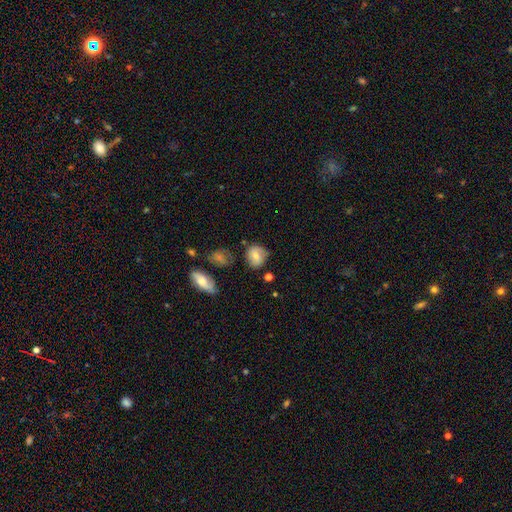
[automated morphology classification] Smooth or featured? smooth (68%)
How rounded? round (63%)
Merging? none (66%)